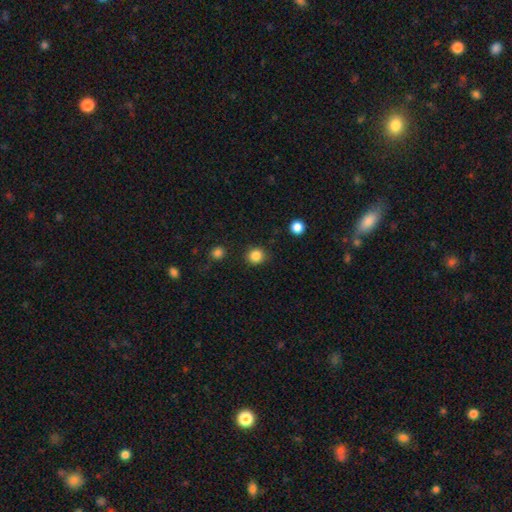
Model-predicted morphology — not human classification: Smooth or featured: smooth — 86% (star or artifact — 11%)
How rounded: round — 89% (in between — 10%)
Merging: none — 87% (minor disturbance — 8%)